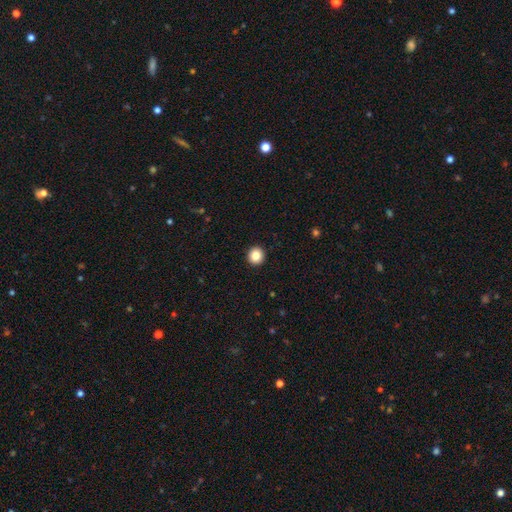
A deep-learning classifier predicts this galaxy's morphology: Smooth or featured: smooth — 86% (star or artifact — 10%)
How rounded: round — 93% (in between — 6%)
Merging: none — 94% (minor disturbance — 4%)